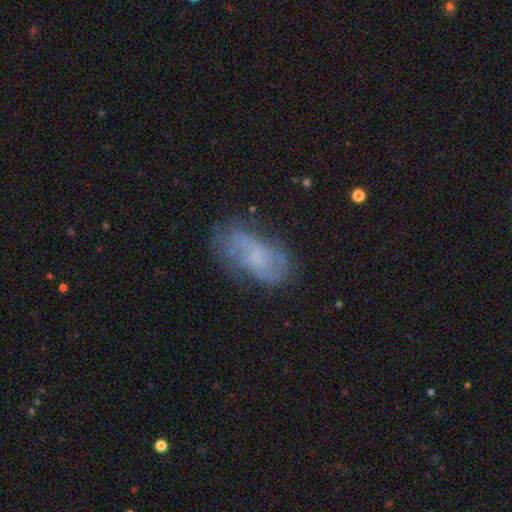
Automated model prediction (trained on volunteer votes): Overall: featured or disk (55%; smooth 35%). Edge-on disk: no (95%). Bar: no (67%; weak 28%). Spiral arms: yes (68%; no 32%). Bulge size: none (52%; small 25%). Merging: none (59%; minor disturbance 24%).